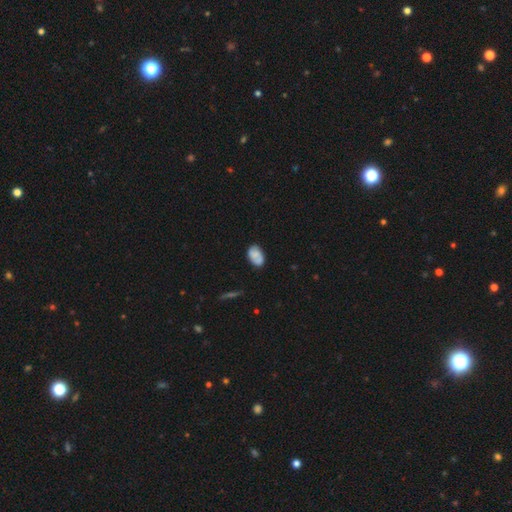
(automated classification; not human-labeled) This appears to be a smooth galaxy with no disk features (71%) that is in between round and cigar-shaped (89%). Merging: none (73%).